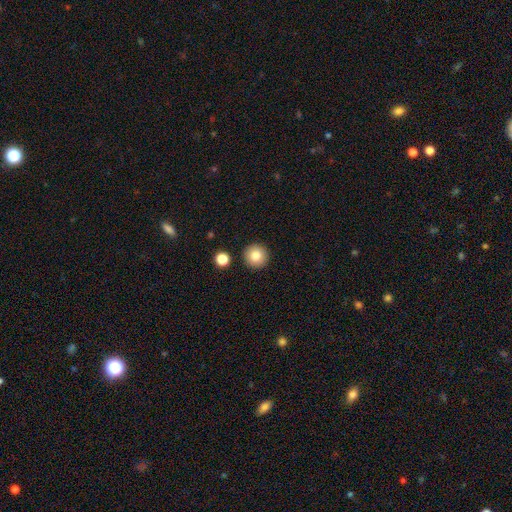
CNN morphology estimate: Smooth or featured: smooth — 82% (star or artifact — 10%)
How rounded: round — 96% (in between — 3%)
Merging: none — 91% (minor disturbance — 5%)